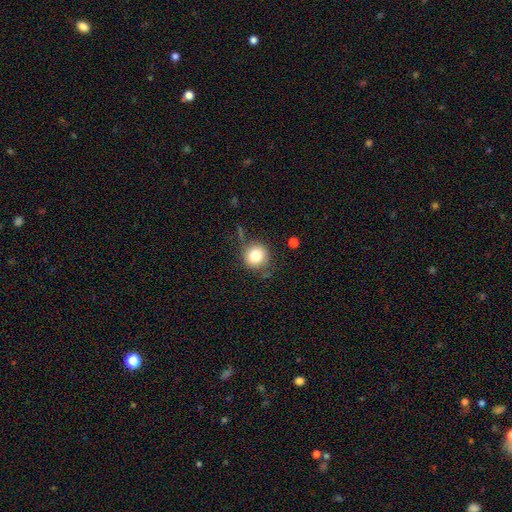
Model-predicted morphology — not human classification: Smooth or featured? smooth (80%)
How rounded? round (92%)
Merging? none (79%)